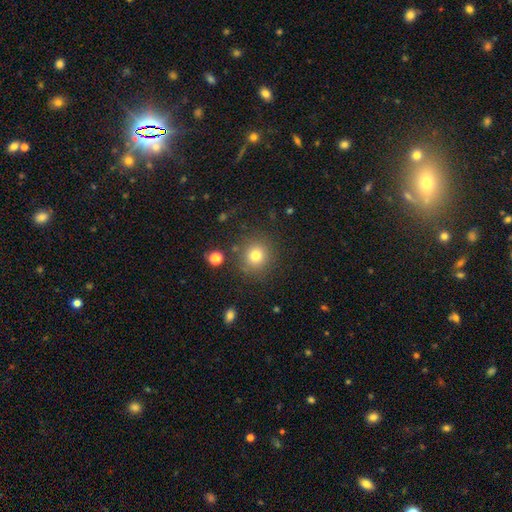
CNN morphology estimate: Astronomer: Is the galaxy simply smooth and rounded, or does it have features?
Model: smooth — 77%.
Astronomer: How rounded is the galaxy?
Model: round — 91%.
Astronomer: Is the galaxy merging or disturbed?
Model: none — 84%.